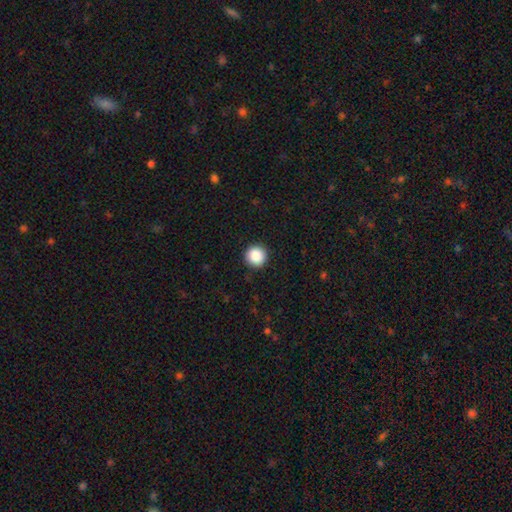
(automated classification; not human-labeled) Smooth or featured?
  - smooth: 88% *
  - star or artifact: 9%
  - featured or disk: 3%
How rounded?
  - round: 96% *
  - in between: 3%
  - cigar-shaped: 1%
Merging?
  - none: 92% *
  - minor disturbance: 5%
  - major disturbance: 2%
  - merger: 1%